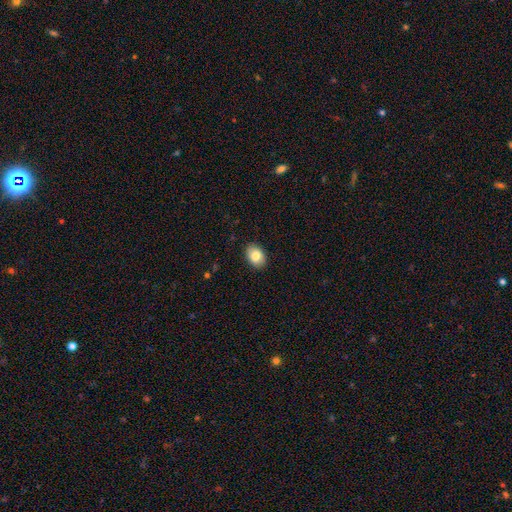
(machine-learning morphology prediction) A smooth galaxy with no disk features (84%) that is in between round and cigar-shaped (79%). Merging: none (89%).